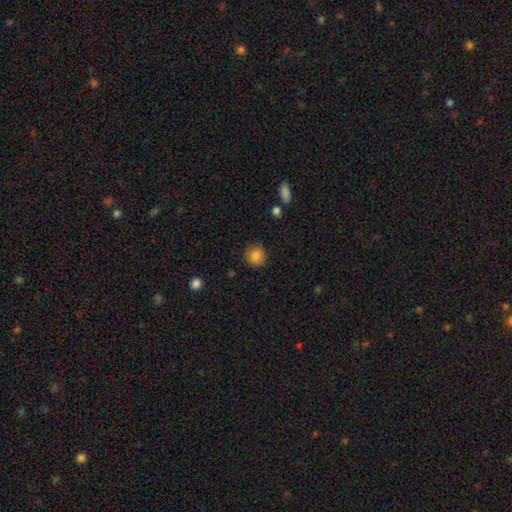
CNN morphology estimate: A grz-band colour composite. It shows a smooth galaxy with no disk features (83%) that is round (91%). Merging: none (85%).